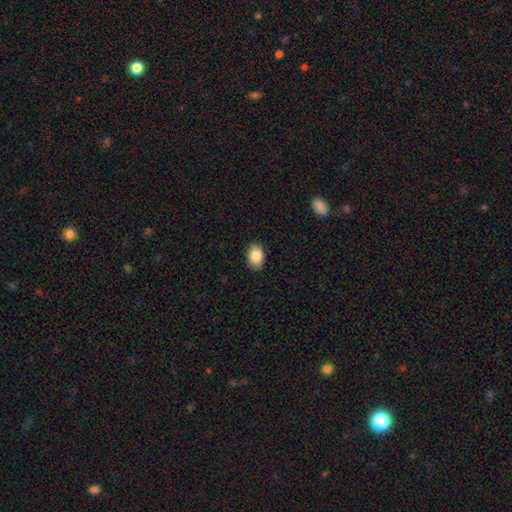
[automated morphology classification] type=smooth (88%); roundness=in between (78%); merging=none (89%).